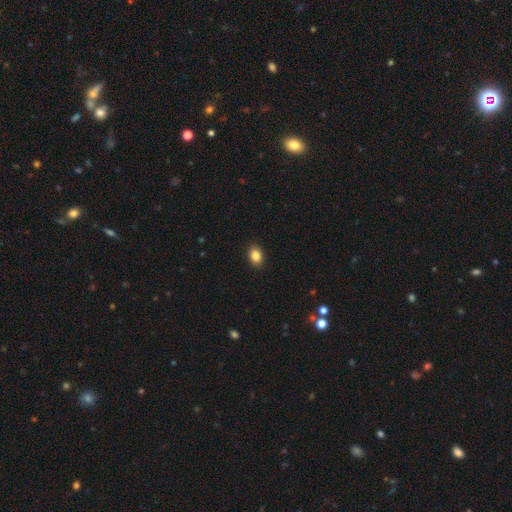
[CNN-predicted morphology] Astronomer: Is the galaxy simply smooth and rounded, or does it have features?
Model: smooth — 85%.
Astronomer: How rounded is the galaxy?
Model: in between — 75%.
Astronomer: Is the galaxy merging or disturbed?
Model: none — 90%.